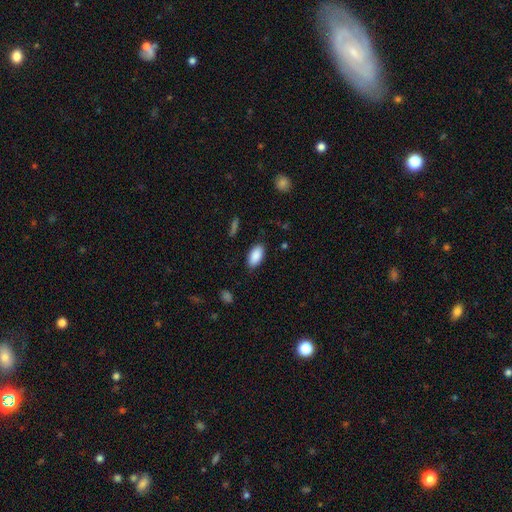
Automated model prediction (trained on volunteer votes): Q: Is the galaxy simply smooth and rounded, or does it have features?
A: smooth — 89%.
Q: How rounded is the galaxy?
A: in between — 93%.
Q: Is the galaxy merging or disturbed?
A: none — 86%.